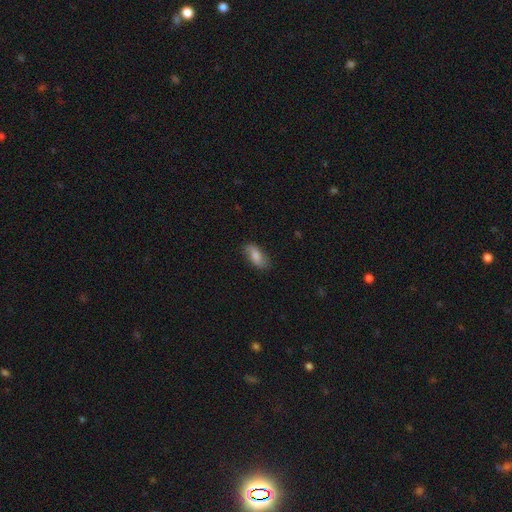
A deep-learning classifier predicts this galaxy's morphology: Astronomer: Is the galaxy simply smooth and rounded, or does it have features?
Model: smooth — 75%.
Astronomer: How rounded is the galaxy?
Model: in between — 87%.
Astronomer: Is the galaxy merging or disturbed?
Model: none — 78%.